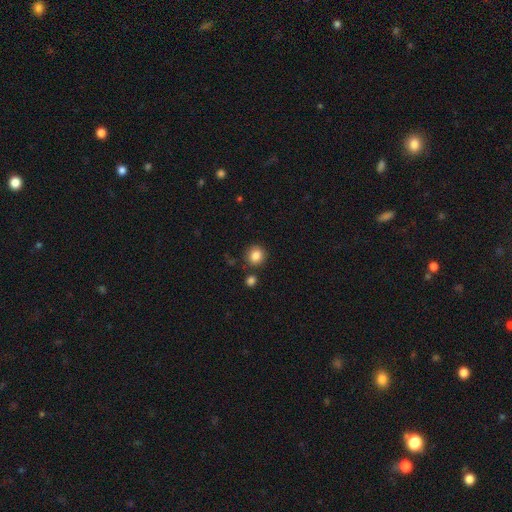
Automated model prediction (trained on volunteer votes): A smooth galaxy with no disk features (85%) that is round (86%).

Vote fractions:
- Smooth or featured? smooth: 85% / star or artifact: 10% / featured or disk: 5%
- How rounded? round: 86% / in between: 13% / cigar-shaped: 1%
- Merging? none: 83% / minor disturbance: 8% / merger: 6% / major disturbance: 3%